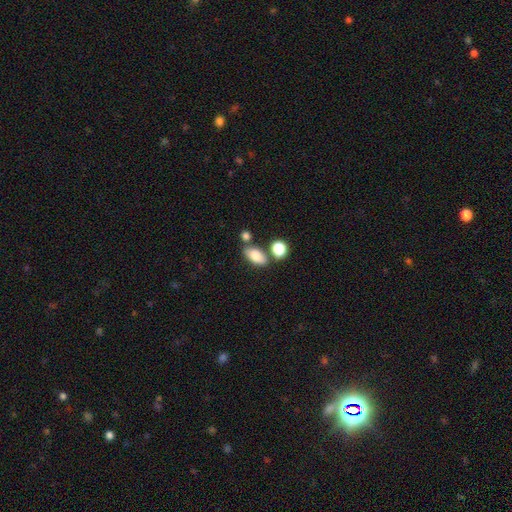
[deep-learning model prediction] Smooth or featured? Predicted: smooth (p=0.81). How rounded? Predicted: in between (p=0.86). Merging? Predicted: none (p=0.67).